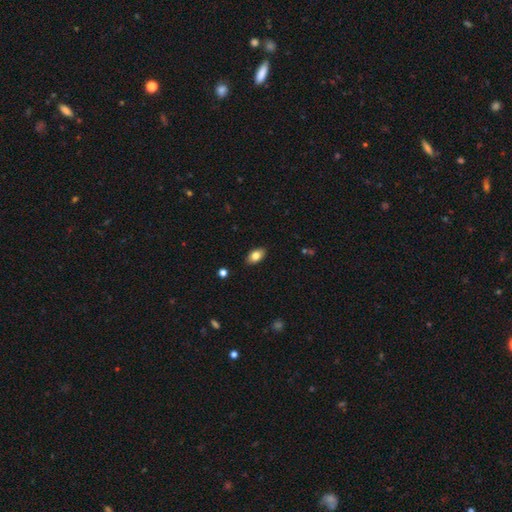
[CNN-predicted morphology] This is clearly a smooth galaxy (81%). How rounded: clearly in between (91%). Merging: clearly none (88%).